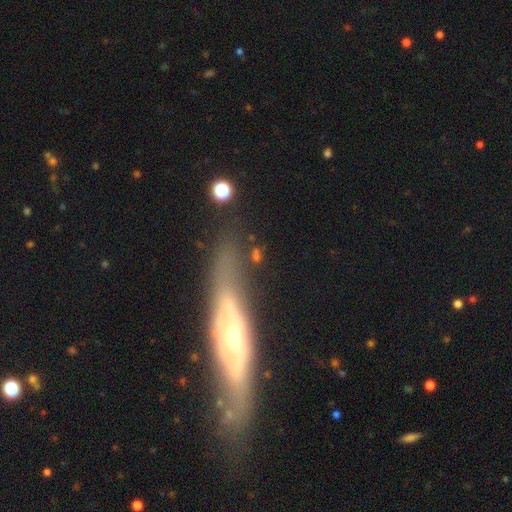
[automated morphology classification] A smooth galaxy with no disk features (45%).

Vote fractions:
- Smooth or featured? smooth: 45% / featured or disk: 34% / star or artifact: 20%
- Merging? none: 59% / minor disturbance: 17% / major disturbance: 15% / merger: 10%